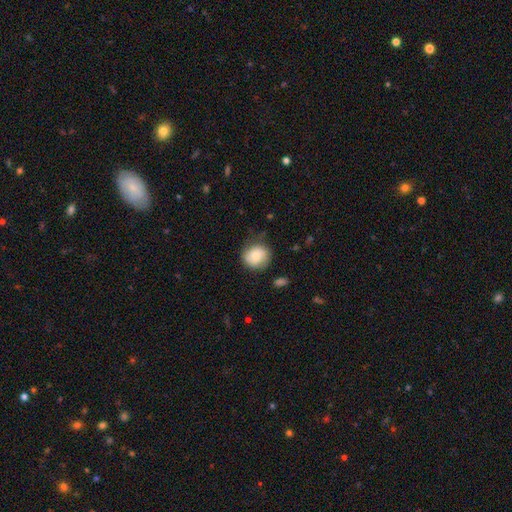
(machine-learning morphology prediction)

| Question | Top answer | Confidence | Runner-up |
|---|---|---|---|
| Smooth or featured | smooth | 68% | featured or disk (24%) |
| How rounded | round | 82% | in between (18%) |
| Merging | none | 69% | minor disturbance (23%) |